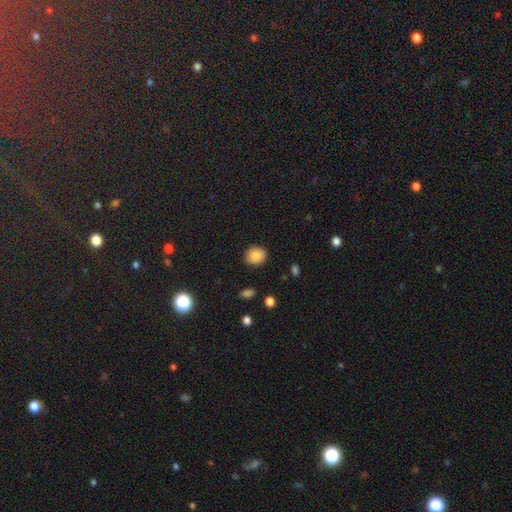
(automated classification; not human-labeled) Q: Smooth or featured?
A: smooth (87%); runner-up: star or artifact (9%)
Q: How rounded?
A: round (72%); runner-up: in between (27%)
Q: Merging?
A: none (89%); runner-up: minor disturbance (8%)